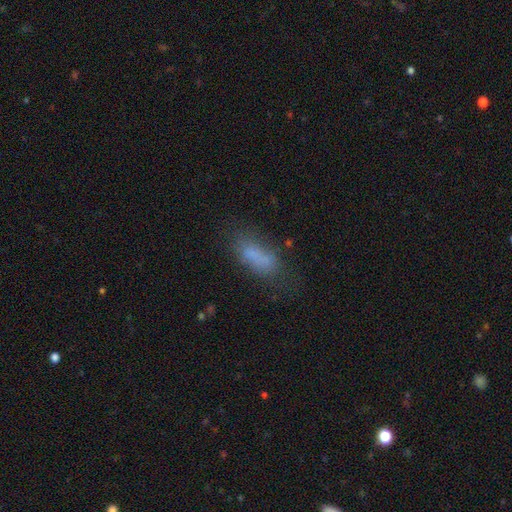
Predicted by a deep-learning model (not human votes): smooth_or_featured: smooth (p=0.71) [alt: featured or disk p=0.16]
how_rounded: in between (p=0.72) [alt: cigar-shaped p=0.25]
merging: none (p=0.56) [alt: minor disturbance p=0.23]